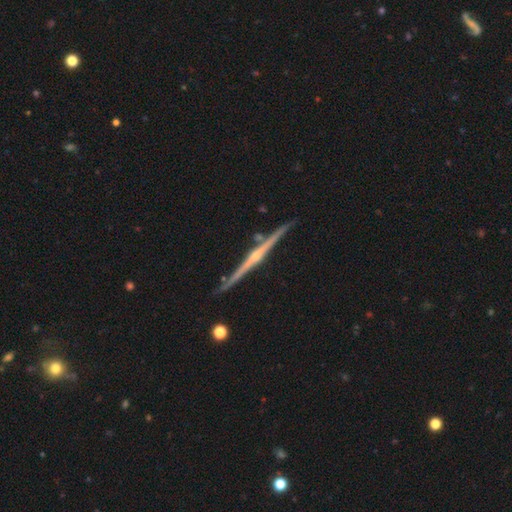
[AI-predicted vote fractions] This appears to be a featured or disk galaxy (86%) viewed edge-on (98%) with a rounded central bulge (73%). Merging: none (88%).